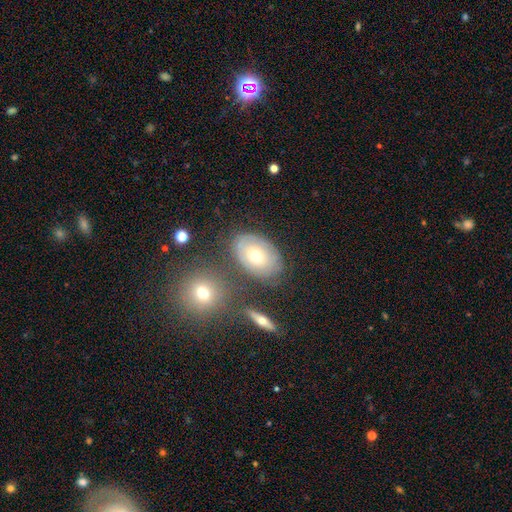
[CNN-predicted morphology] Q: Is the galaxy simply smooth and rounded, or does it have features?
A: featured or disk — 48%.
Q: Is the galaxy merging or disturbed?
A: none — 74%.